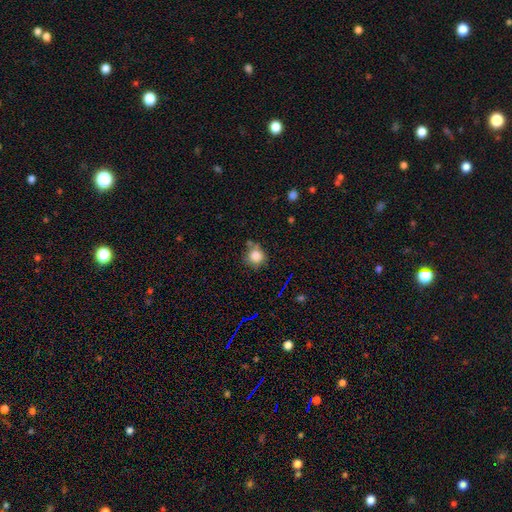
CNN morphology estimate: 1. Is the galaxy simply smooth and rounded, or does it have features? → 82% smooth, 11% star or artifact, 6% featured or disk.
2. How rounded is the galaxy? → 88% round, 11% in between, 1% cigar-shaped.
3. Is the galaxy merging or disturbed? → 62% none, 19% minor disturbance, 13% merger, 6% major disturbance.